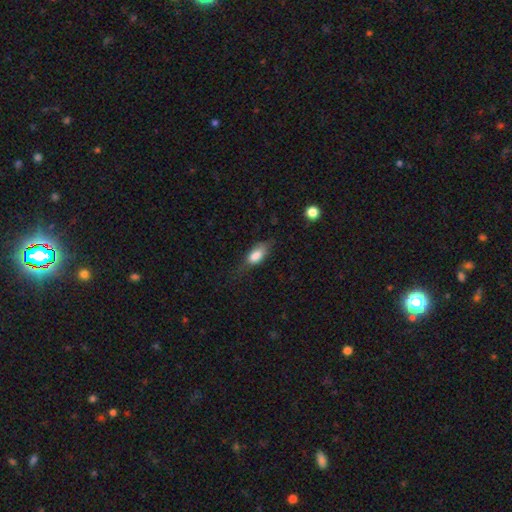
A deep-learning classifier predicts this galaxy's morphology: The model was most divided on "merging": none: 56%, minor disturbance: 29%, major disturbance: 13%, merger: 2%. More confident: how rounded — in between (81%); smooth or featured — smooth (79%).